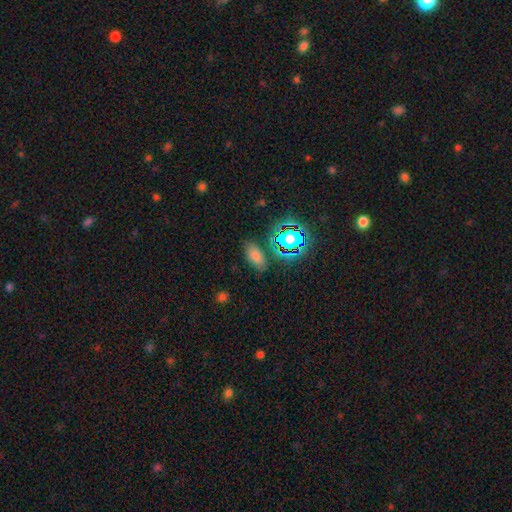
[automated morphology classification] Smooth or featured?
  - smooth: 64% *
  - star or artifact: 25%
  - featured or disk: 10%
How rounded?
  - in between: 84% *
  - cigar-shaped: 9%
  - round: 8%
Merging?
  - none: 80% *
  - minor disturbance: 12%
  - merger: 5%
  - major disturbance: 4%